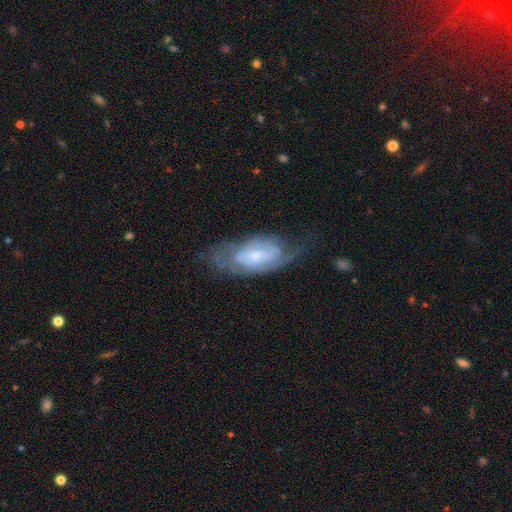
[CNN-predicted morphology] Smooth or featured: featured or disk — 67% (smooth — 26%)
Edge-on disk: no — 90% (yes — 10%)
Bar: no — 52% (weak — 39%)
Spiral arms: yes — 75% (no — 25%)
Bulge size: small — 50% (moderate — 35%)
Merging: none — 52% (minor disturbance — 27%)